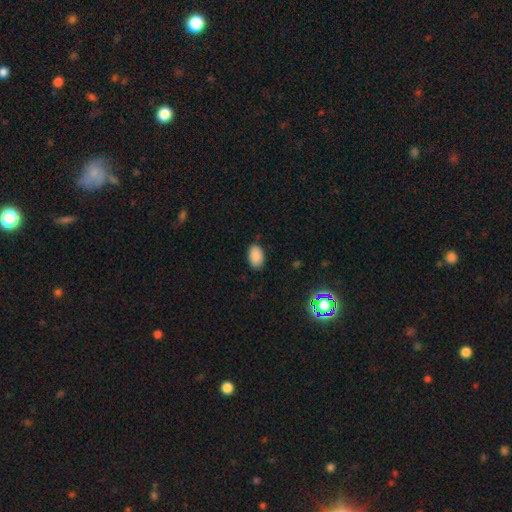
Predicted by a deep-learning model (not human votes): A smooth galaxy with no disk features (88%) that is in between round and cigar-shaped (91%). Merging: none (86%).